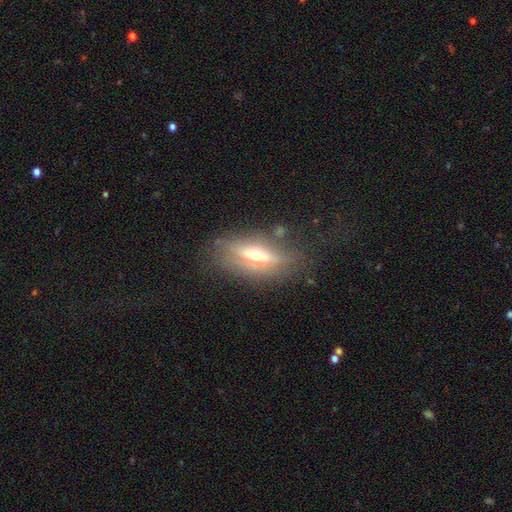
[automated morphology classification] Smooth or featured?
  - featured or disk: 60% *
  - smooth: 31%
  - star or artifact: 9%
Edge-on disk?
  - yes: 76% *
  - no: 24%
Merging?
  - none: 74% *
  - minor disturbance: 16%
  - major disturbance: 7%
  - merger: 3%